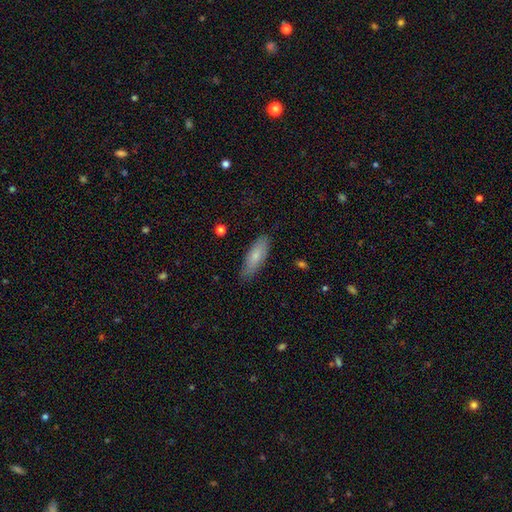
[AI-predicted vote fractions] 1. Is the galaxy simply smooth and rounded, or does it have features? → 77% smooth, 17% featured or disk, 6% star or artifact.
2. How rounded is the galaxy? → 62% in between, 36% cigar-shaped, 2% round.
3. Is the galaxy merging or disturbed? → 82% none, 15% minor disturbance, 3% major disturbance, 1% merger.